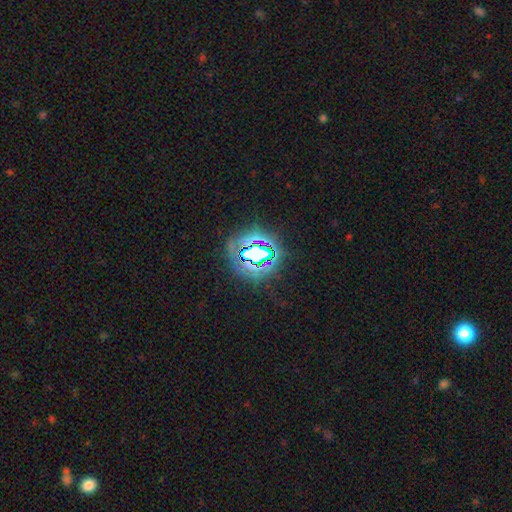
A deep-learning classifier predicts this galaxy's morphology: Smooth or featured? star or artifact (67%)